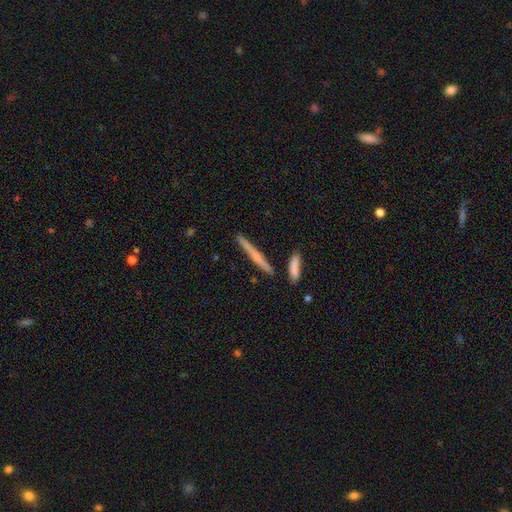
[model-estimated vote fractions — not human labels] Q: Smooth or featured?
A: smooth (48%); runner-up: featured or disk (46%)
Q: Merging?
A: none (85%); runner-up: minor disturbance (8%)